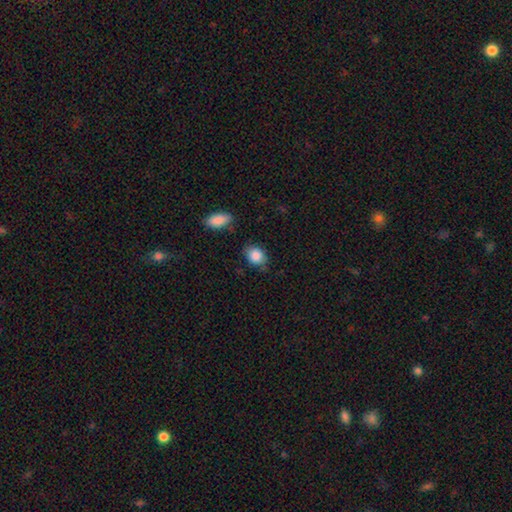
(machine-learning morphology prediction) Smooth or featured: smooth — 87% (star or artifact — 7%)
How rounded: in between — 64% (round — 34%)
Merging: none — 72% (minor disturbance — 20%)